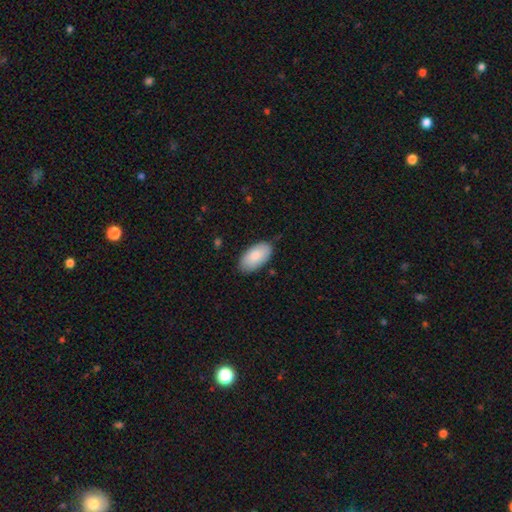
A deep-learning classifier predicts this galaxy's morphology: The model was most divided on "merging": none: 81%, minor disturbance: 16%, major disturbance: 3%, merger: 1%. More confident: how rounded — in between (96%); smooth or featured — smooth (86%).